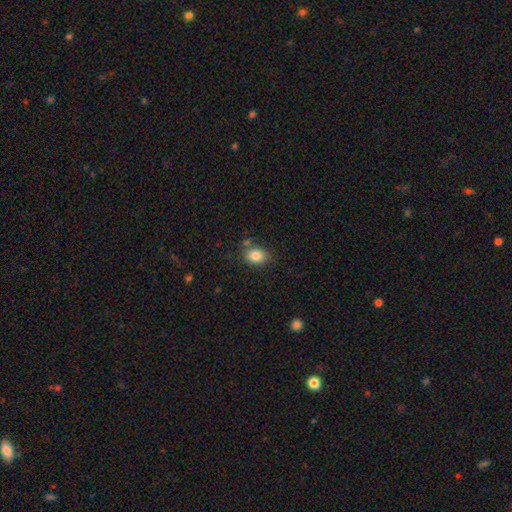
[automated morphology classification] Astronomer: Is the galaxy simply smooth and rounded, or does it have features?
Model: smooth — 84%.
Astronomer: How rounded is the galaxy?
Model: in between — 54% (runner-up: round, 45%).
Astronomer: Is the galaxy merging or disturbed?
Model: none — 75%.